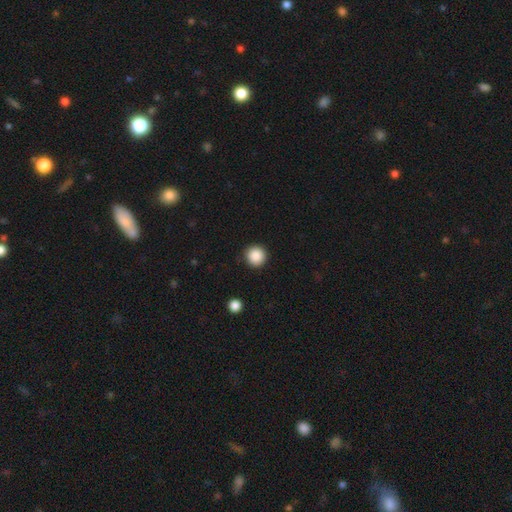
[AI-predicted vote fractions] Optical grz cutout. It shows a smooth galaxy with no disk features (88%) that is round (96%). Merging: none (92%).